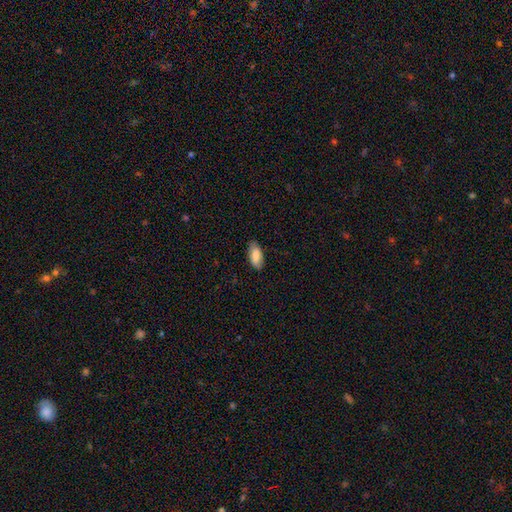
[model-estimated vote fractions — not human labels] smooth-or-featured: smooth: 83% | featured or disk: 11% | star or artifact: 6%
  how-rounded: in between: 89% | cigar-shaped: 9% | round: 2%
  merging: none: 83% | minor disturbance: 14% | major disturbance: 2% | merger: 1%